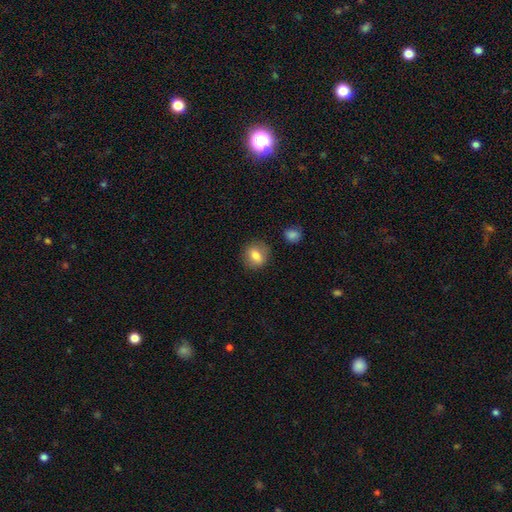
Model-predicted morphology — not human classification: Smooth or featured?
  - smooth: 75% *
  - featured or disk: 16%
  - star or artifact: 9%
How rounded?
  - round: 66% *
  - in between: 32%
  - cigar-shaped: 2%
Merging?
  - none: 84% *
  - minor disturbance: 11%
  - major disturbance: 3%
  - merger: 2%